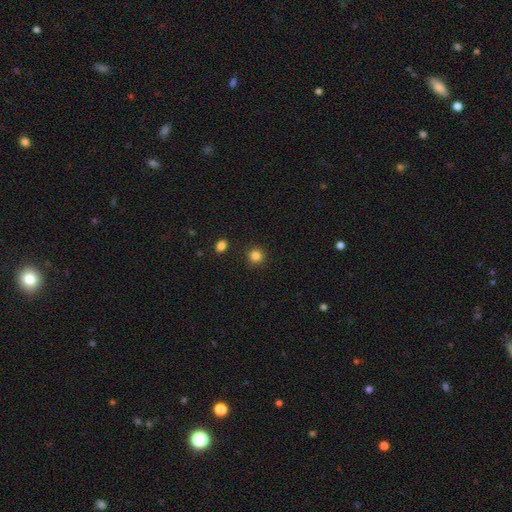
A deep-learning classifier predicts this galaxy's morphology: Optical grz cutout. It shows a smooth galaxy with no disk features (84%) that is round (92%). Merging: none (89%).